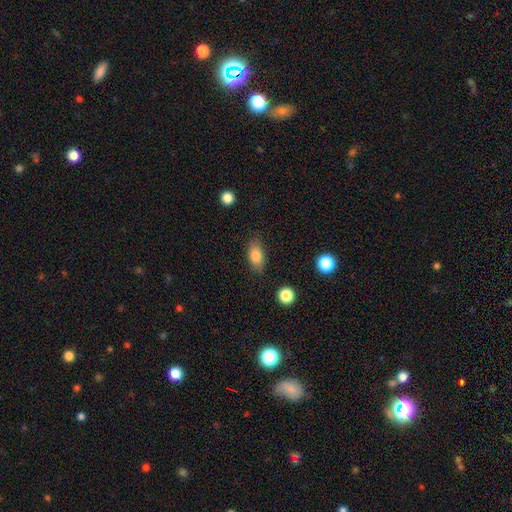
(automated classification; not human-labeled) A smooth galaxy with no disk features (84%) that is in between round and cigar-shaped (86%). Merging: none (81%).